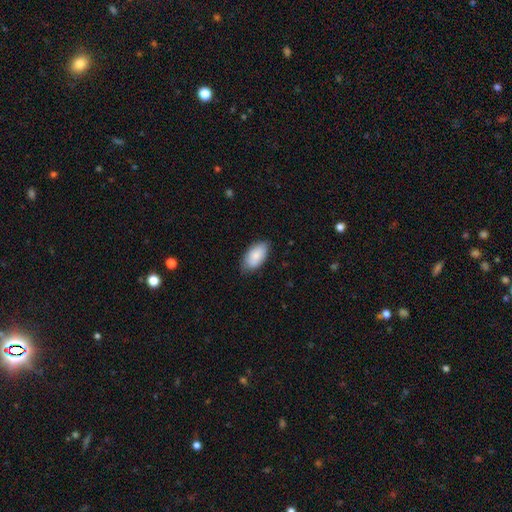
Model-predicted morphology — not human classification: This appears to be a smooth galaxy with no disk features (84%) that is in between round and cigar-shaped (95%). Merging: none (78%).